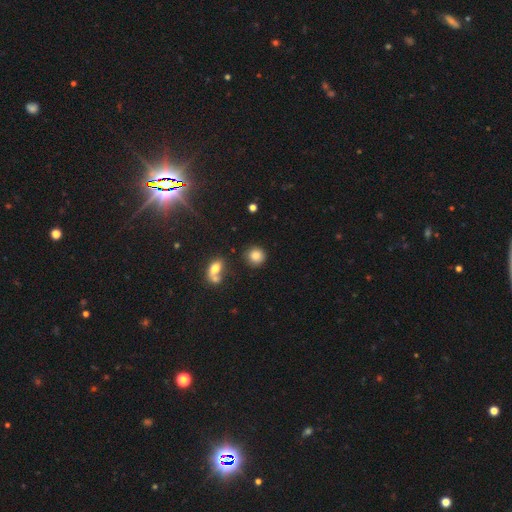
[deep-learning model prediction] The model was most divided on "merging": none: 81%, minor disturbance: 10%, merger: 5%, major disturbance: 3%. More confident: how rounded — round (89%); smooth or featured — smooth (83%).